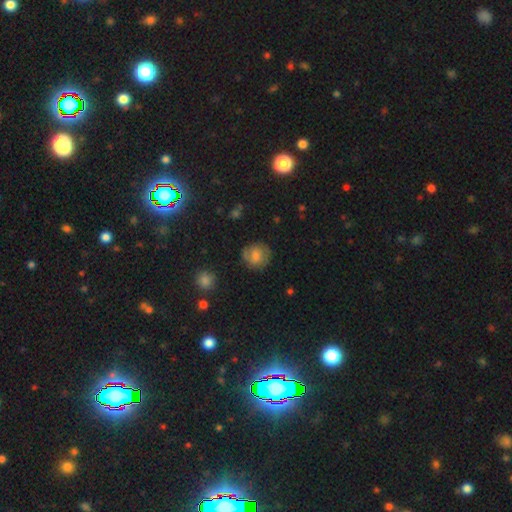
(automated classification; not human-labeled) A smooth galaxy with no disk features (65%) that is round (86%).

Vote fractions:
- Smooth or featured? smooth: 65% / featured or disk: 25% / star or artifact: 10%
- How rounded? round: 86% / in between: 13% / cigar-shaped: 1%
- Merging? none: 76% / minor disturbance: 17% / major disturbance: 5% / merger: 2%